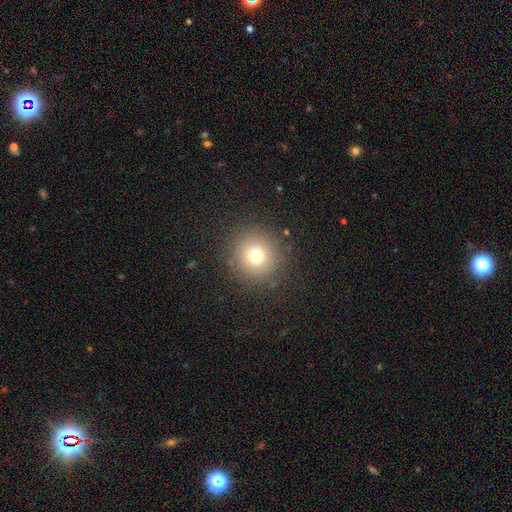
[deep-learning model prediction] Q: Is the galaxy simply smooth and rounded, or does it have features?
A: smooth — 74%.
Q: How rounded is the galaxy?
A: round — 94%.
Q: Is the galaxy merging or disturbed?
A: none — 88%.